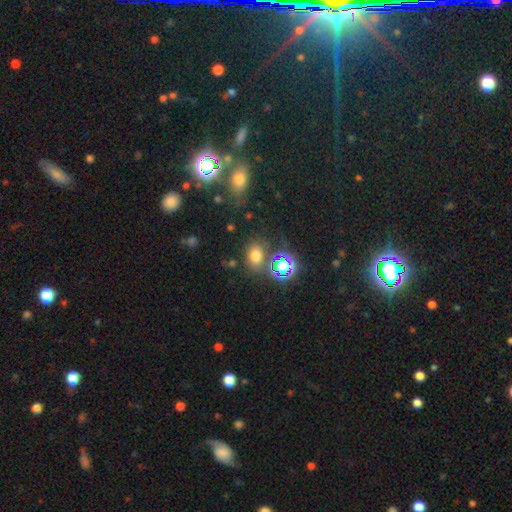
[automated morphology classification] smooth-or-featured: smooth: 67% | star or artifact: 25% | featured or disk: 7%
  how-rounded: in between: 70% | round: 29% | cigar-shaped: 2%
  merging: none: 73% | minor disturbance: 12% | merger: 10% | major disturbance: 5%